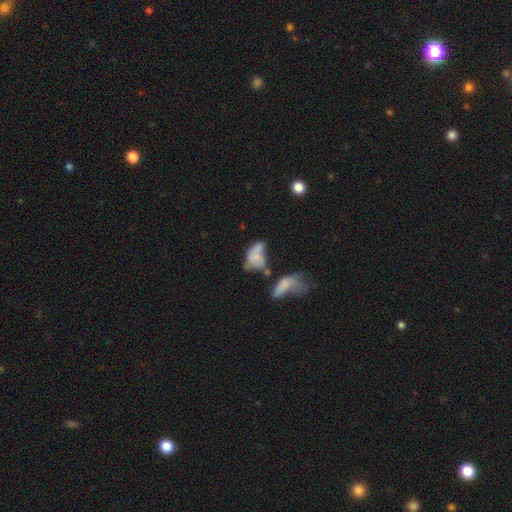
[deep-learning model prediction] Q: Smooth or featured?
A: smooth (52%); runner-up: featured or disk (38%)
Q: How rounded?
A: in between (83%); runner-up: round (14%)
Q: Merging?
A: merger (40%); runner-up: major disturbance (21%)